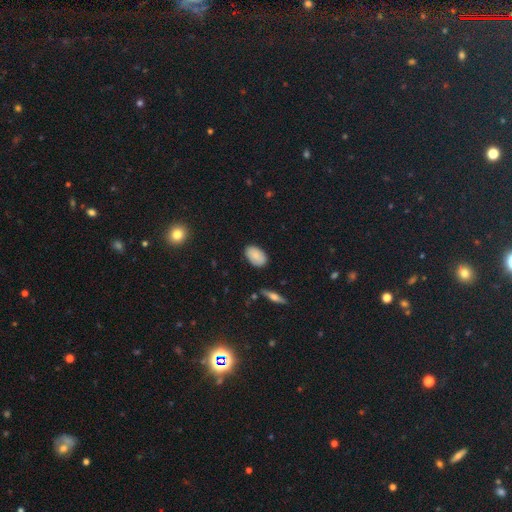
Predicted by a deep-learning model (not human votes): Smooth or featured?
  - smooth: 84% *
  - featured or disk: 8%
  - star or artifact: 7%
How rounded?
  - in between: 92% *
  - round: 6%
  - cigar-shaped: 2%
Merging?
  - none: 84% *
  - minor disturbance: 12%
  - major disturbance: 2%
  - merger: 1%